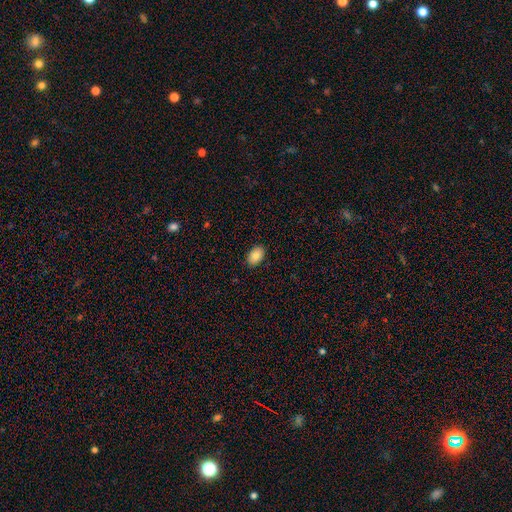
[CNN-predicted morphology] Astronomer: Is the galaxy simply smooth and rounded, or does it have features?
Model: smooth — 86%.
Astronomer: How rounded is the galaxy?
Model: in between — 89%.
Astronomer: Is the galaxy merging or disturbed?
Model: none — 89%.